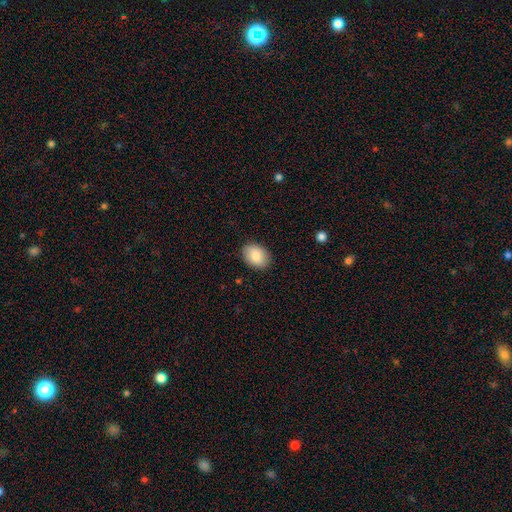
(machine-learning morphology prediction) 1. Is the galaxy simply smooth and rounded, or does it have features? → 86% smooth, 8% featured or disk, 6% star or artifact.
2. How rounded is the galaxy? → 80% in between, 19% round, 1% cigar-shaped.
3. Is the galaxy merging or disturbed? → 88% none, 9% minor disturbance, 2% major disturbance, 1% merger.